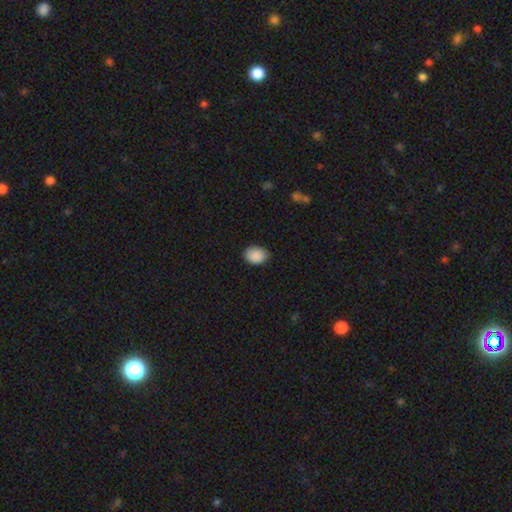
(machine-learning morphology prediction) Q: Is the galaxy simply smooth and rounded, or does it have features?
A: smooth — 90%.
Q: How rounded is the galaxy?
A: in between — 64%.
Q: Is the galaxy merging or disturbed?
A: none — 83%.